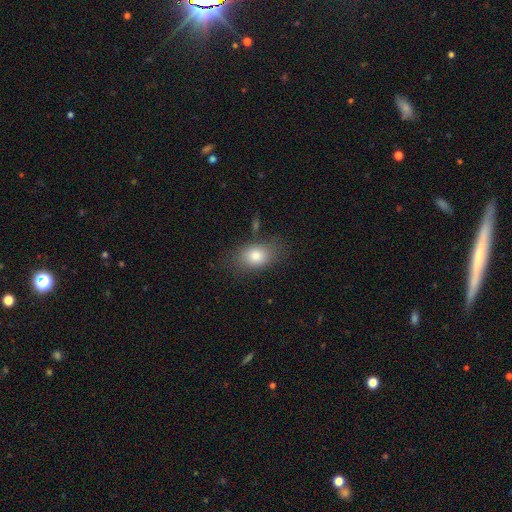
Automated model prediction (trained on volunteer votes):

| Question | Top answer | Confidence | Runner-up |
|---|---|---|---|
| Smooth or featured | smooth | 81% | featured or disk (10%) |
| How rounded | in between | 81% | round (17%) |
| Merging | none | 74% | minor disturbance (17%) |